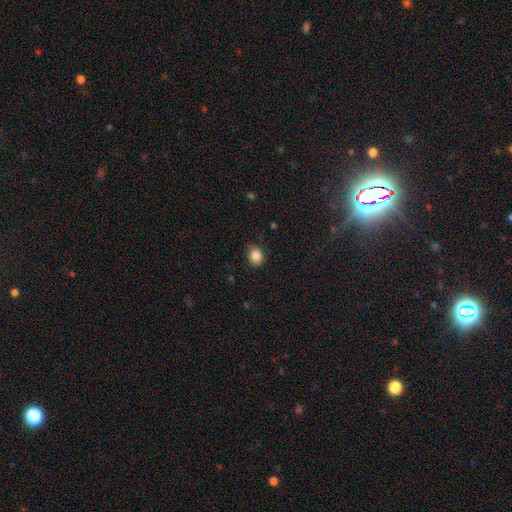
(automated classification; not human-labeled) This appears to be a smooth galaxy with no disk features (86%) that is round (66%). Merging: none (73%).